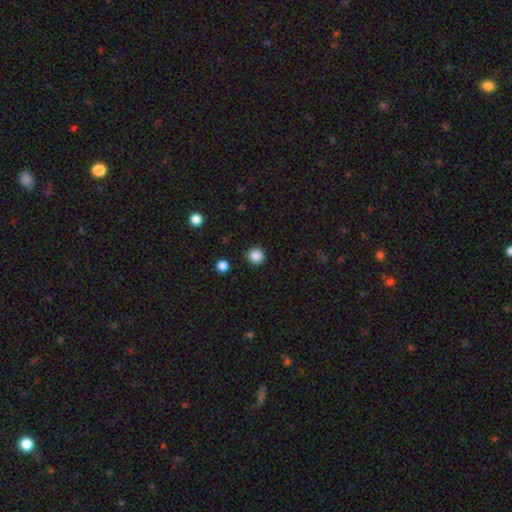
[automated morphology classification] This appears to be a smooth galaxy with no disk features (87%) that is round (95%). Merging: none (92%).